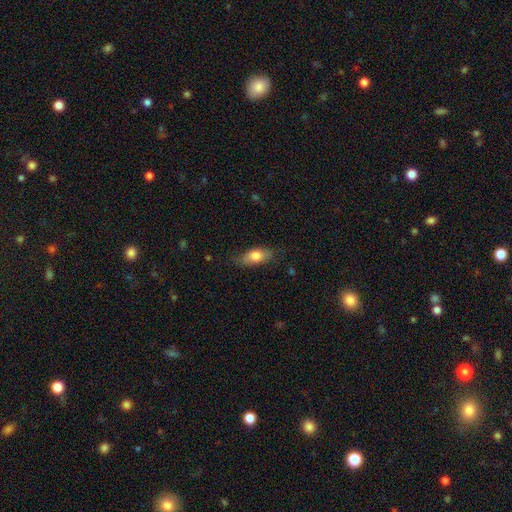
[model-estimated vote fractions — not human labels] Q: Smooth or featured?
A: smooth (75%); runner-up: featured or disk (18%)
Q: How rounded?
A: in between (80%); runner-up: cigar-shaped (16%)
Q: Merging?
A: none (75%); runner-up: minor disturbance (19%)